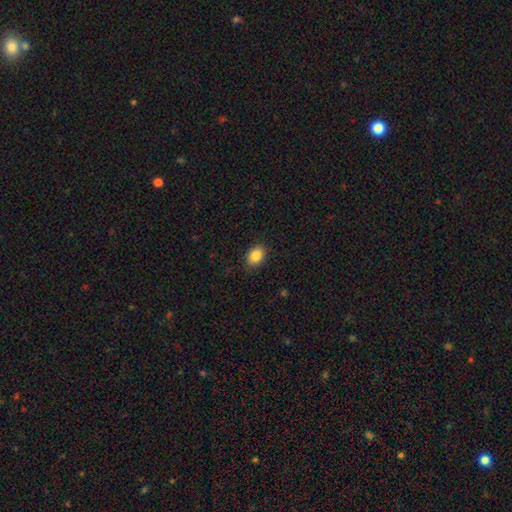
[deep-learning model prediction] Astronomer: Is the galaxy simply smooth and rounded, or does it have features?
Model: smooth — 86%.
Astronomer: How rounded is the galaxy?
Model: in between — 70%.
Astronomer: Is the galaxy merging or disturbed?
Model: none — 88%.